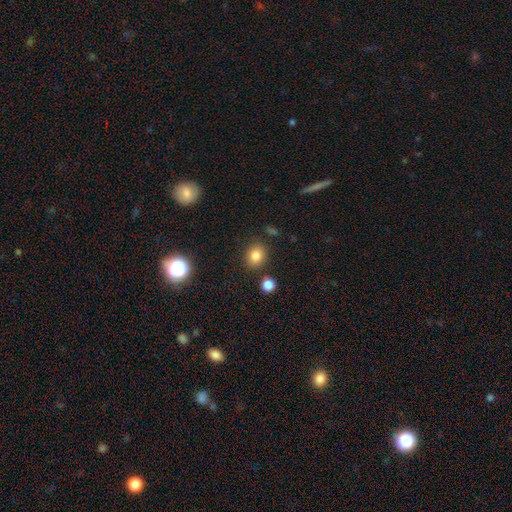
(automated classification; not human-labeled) smooth_or_featured: smooth (p=0.81) [alt: star or artifact p=0.12]
how_rounded: round (p=0.70) [alt: in between p=0.29]
merging: none (p=0.83) [alt: minor disturbance p=0.09]